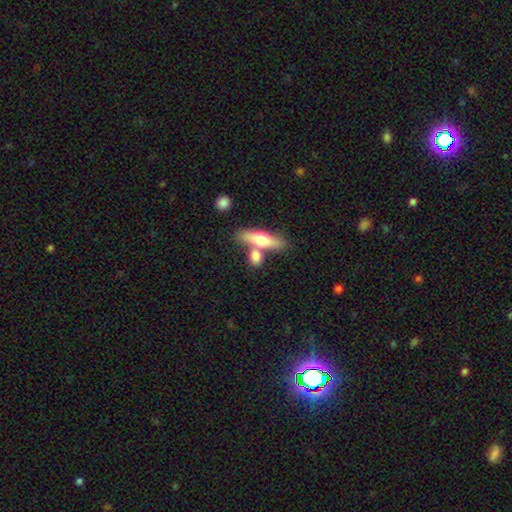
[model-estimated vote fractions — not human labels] A smooth galaxy with no disk features (67%) that is in between round and cigar-shaped (52%). Merging: none (49%).